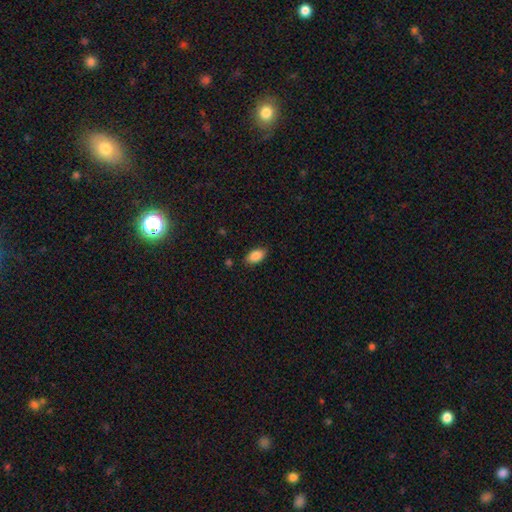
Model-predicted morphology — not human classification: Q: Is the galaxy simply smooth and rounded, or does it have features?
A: smooth — 87%.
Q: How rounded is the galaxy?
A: in between — 93%.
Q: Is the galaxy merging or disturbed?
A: none — 84%.